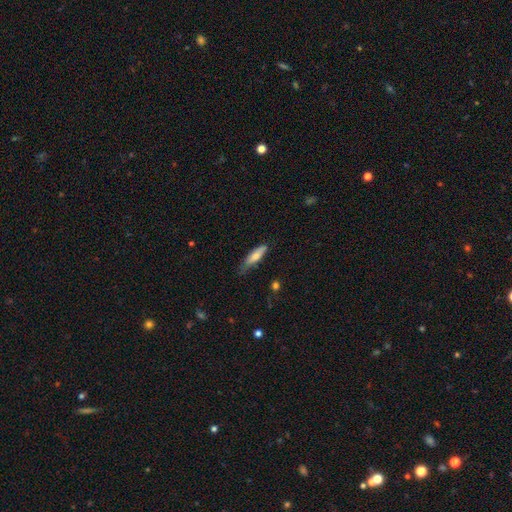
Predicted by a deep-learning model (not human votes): Smooth or featured? Predicted: smooth (p=0.71). How rounded? Predicted: cigar-shaped (p=0.68). Merging? Predicted: none (p=0.61).